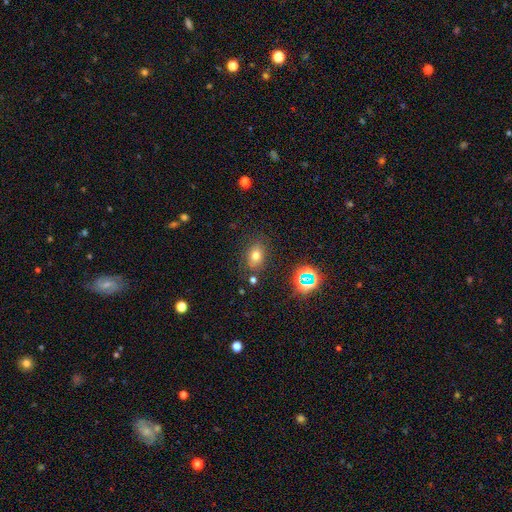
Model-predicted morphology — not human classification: Smooth or featured: smooth — 67% (star or artifact — 20%)
How rounded: in between — 70% (round — 28%)
Merging: none — 79% (minor disturbance — 13%)